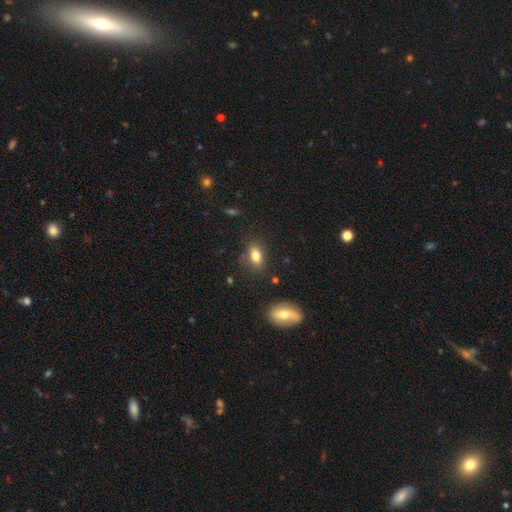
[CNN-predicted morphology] Smooth or featured?
  - smooth: 80% *
  - featured or disk: 11%
  - star or artifact: 9%
How rounded?
  - in between: 83% *
  - round: 12%
  - cigar-shaped: 5%
Merging?
  - none: 76% *
  - minor disturbance: 17%
  - major disturbance: 4%
  - merger: 3%